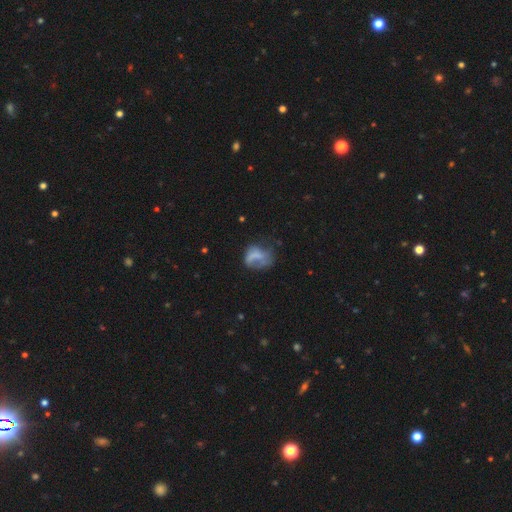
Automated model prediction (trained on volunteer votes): A smooth galaxy with no disk features (54%) that is in between round and cigar-shaped (59%). Merging: major disturbance (39%).